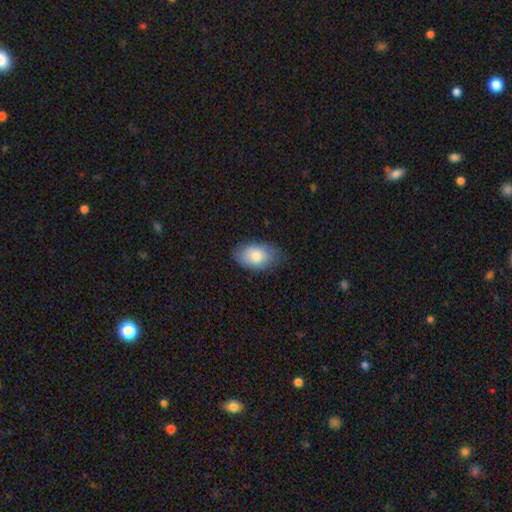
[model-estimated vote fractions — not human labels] A smooth galaxy with no disk features (76%) that is in between round and cigar-shaped (90%).

Vote fractions:
- Smooth or featured? smooth: 76% / featured or disk: 18% / star or artifact: 6%
- How rounded? in between: 90% / round: 9% / cigar-shaped: 1%
- Merging? none: 73% / minor disturbance: 21% / major disturbance: 5% / merger: 1%